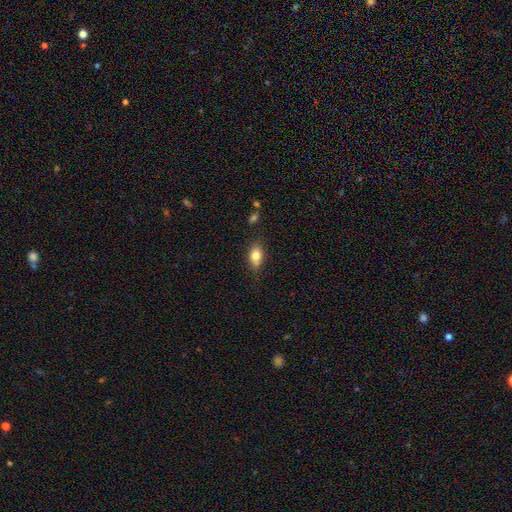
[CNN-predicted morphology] A smooth galaxy with no disk features (78%) that is in between round and cigar-shaped (81%). Merging: none (73%).